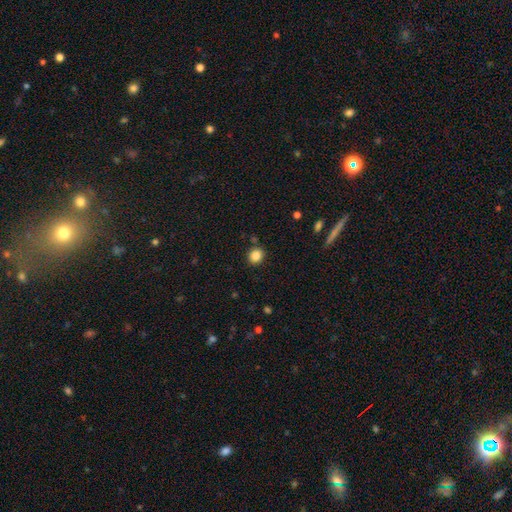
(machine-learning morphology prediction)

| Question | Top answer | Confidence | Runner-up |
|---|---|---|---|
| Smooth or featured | smooth | 85% | star or artifact (11%) |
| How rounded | round | 78% | in between (21%) |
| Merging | none | 87% | minor disturbance (8%) |